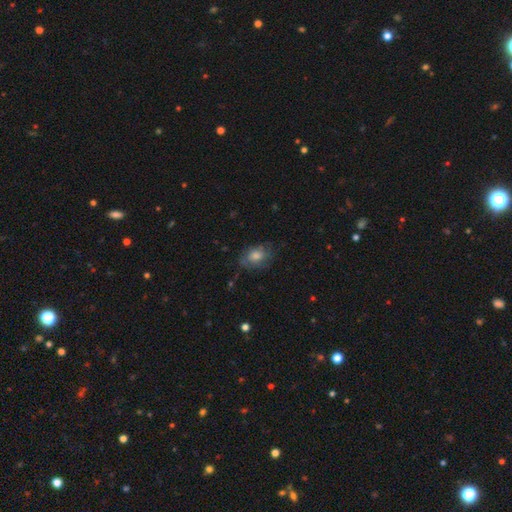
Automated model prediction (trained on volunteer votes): Smooth or featured?
  - smooth: 56% *
  - featured or disk: 33%
  - star or artifact: 12%
How rounded?
  - in between: 75% *
  - round: 24%
  - cigar-shaped: 2%
Merging?
  - none: 66% *
  - minor disturbance: 23%
  - major disturbance: 9%
  - merger: 1%